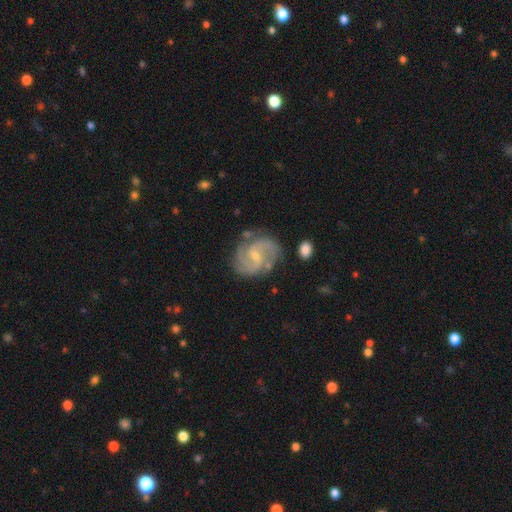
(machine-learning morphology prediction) A featured or disk galaxy (90%) with a weak bar (51%), 2 (66%) medium (53%) spiral arms (98%) and a small central bulge (72%). Merging: none (73%).